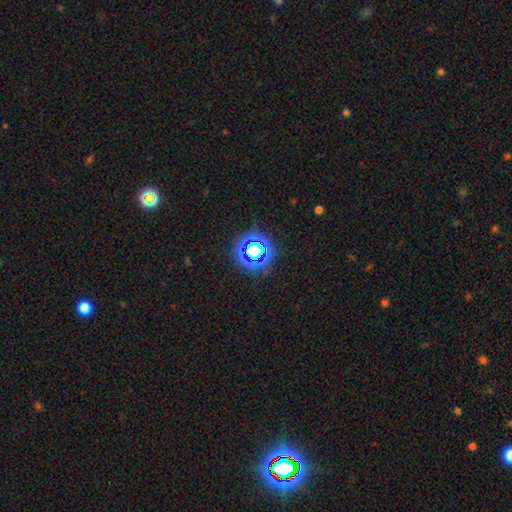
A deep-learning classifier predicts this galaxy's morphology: A star or artifact, not a galaxy (58%).

Vote fractions:
- Smooth or featured? star or artifact: 58% / smooth: 31% / featured or disk: 11%